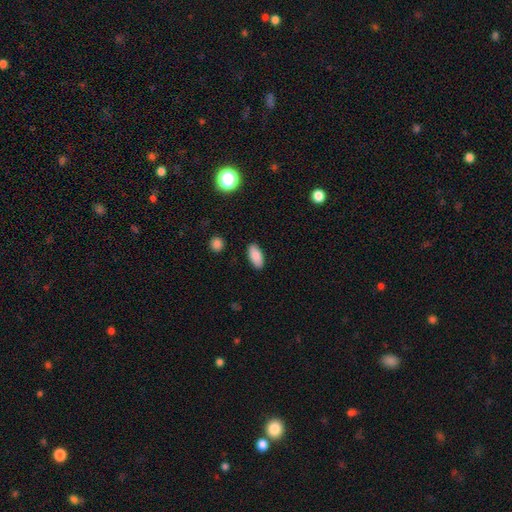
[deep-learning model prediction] Smooth or featured? smooth (88%)
How rounded? in between (90%)
Merging? none (88%)